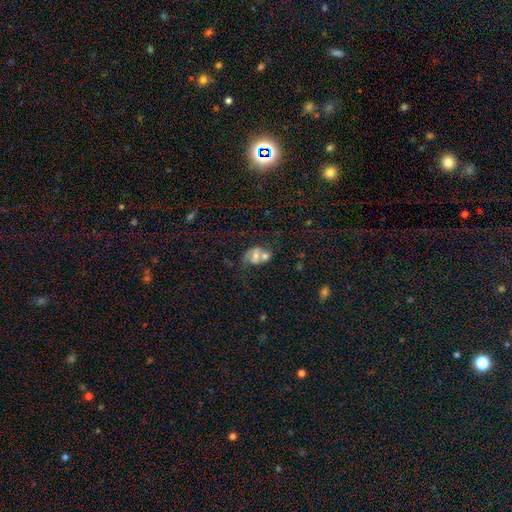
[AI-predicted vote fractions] smooth 48%, featured or disk 41%, star or artifact 11%. Down the decision tree: merging — merger (58%).